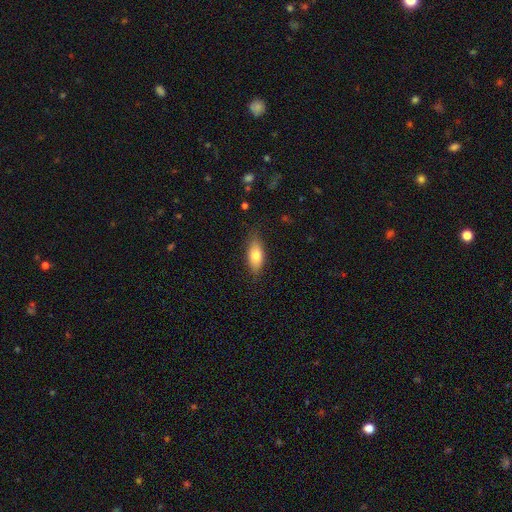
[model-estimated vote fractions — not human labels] Smooth or featured?
  - smooth: 76% *
  - featured or disk: 17%
  - star or artifact: 7%
How rounded?
  - in between: 82% *
  - cigar-shaped: 14%
  - round: 4%
Merging?
  - none: 82% *
  - minor disturbance: 14%
  - major disturbance: 3%
  - merger: 1%